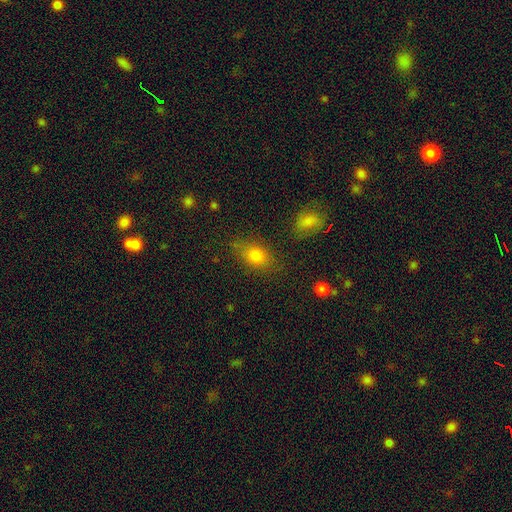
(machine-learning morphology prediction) This appears to be a smooth galaxy with no disk features (78%) that is in between round and cigar-shaped (74%). Merging: none (75%).